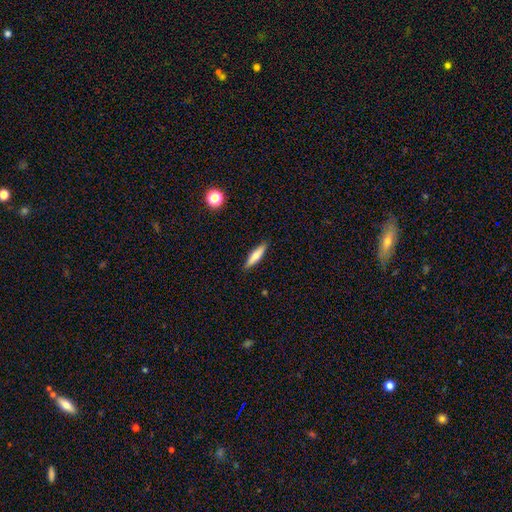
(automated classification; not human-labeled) Smooth or featured? Predicted: smooth (p=0.73). How rounded? Predicted: cigar-shaped (p=0.77). Merging? Predicted: none (p=0.89).